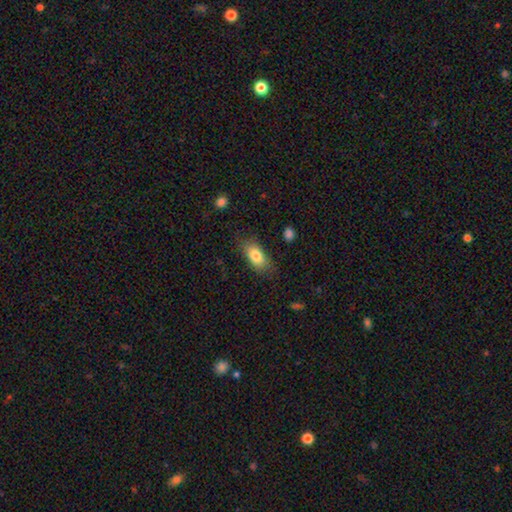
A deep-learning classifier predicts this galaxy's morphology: Q: Smooth or featured?
A: smooth (80%); runner-up: featured or disk (13%)
Q: How rounded?
A: in between (86%); runner-up: cigar-shaped (9%)
Q: Merging?
A: none (77%); runner-up: minor disturbance (17%)